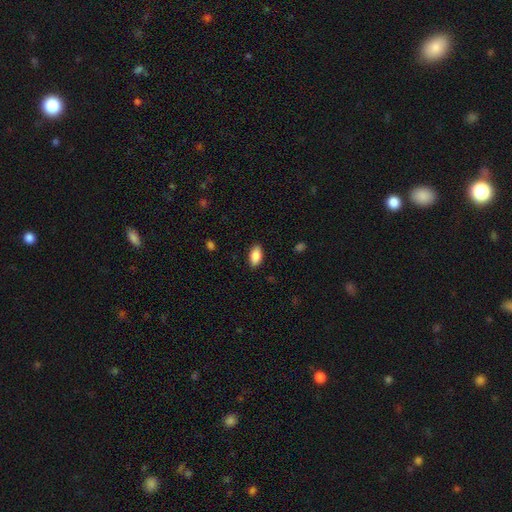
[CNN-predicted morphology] Smooth or featured: smooth — 87% (star or artifact — 7%)
How rounded: in between — 93% (cigar-shaped — 3%)
Merging: none — 88% (minor disturbance — 9%)